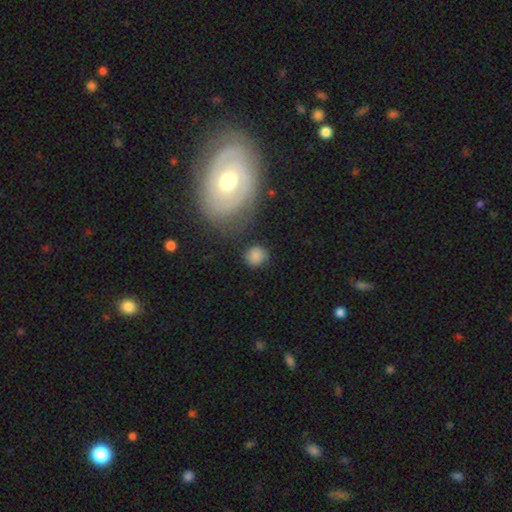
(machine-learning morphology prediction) smooth 82%, star or artifact 10%, featured or disk 8%. Down the decision tree: how rounded — round (85%); merging — none (79%).